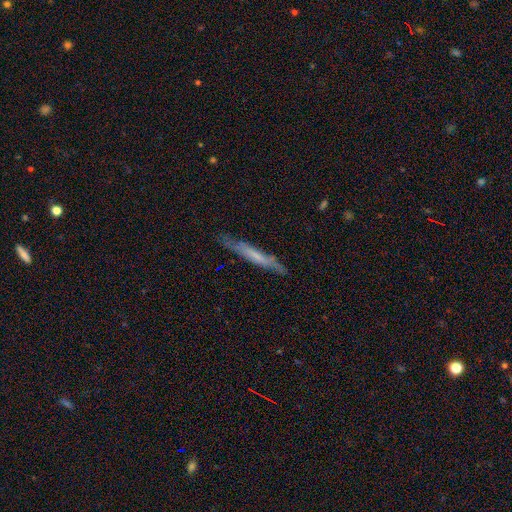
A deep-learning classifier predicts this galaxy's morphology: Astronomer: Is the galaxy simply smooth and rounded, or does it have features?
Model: featured or disk — 48% (runner-up: smooth, 46%).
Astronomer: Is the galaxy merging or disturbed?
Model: none — 79%.